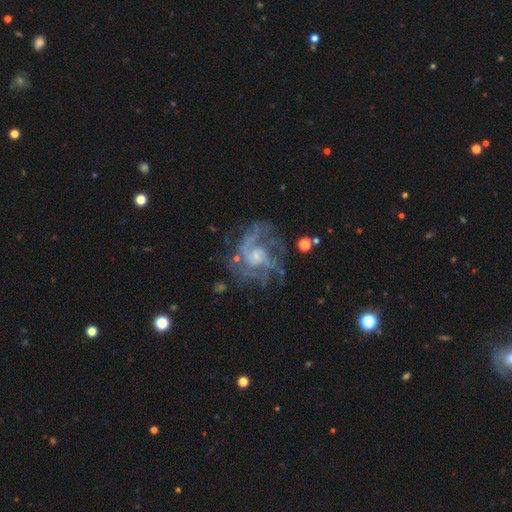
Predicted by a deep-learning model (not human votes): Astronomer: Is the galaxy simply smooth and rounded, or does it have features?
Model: featured or disk — 86%.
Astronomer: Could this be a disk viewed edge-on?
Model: no — 98%.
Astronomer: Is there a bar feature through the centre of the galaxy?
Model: no — 64%.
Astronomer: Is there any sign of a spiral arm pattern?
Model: yes — 94%.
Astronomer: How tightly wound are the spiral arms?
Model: medium — 48% (runner-up: tight, 32%).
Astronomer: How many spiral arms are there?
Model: can't tell — 25%, tied with 2 at 25%.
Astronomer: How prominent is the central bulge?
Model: small — 50% (runner-up: moderate, 31%).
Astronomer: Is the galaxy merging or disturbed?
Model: none — 62%.